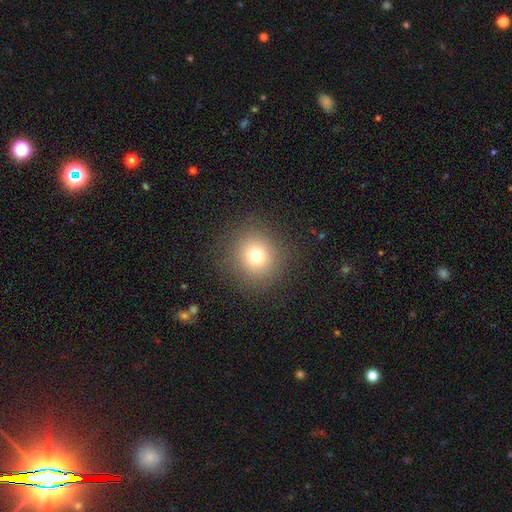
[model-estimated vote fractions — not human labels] Smooth or featured? Predicted: smooth (p=0.74). How rounded? Predicted: round (p=0.92). Merging? Predicted: none (p=0.88).